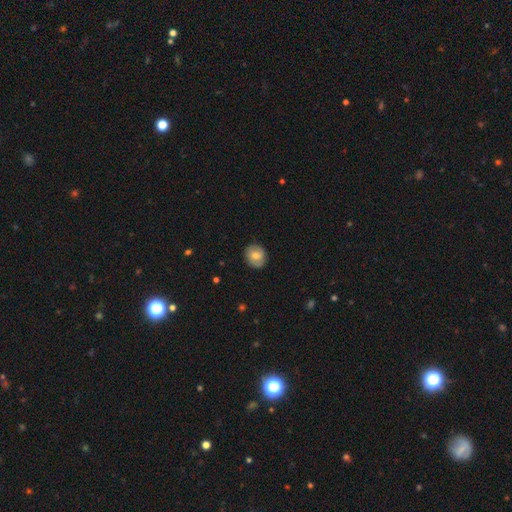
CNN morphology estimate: Smooth or featured: smooth — 71% (featured or disk — 21%)
How rounded: round — 74% (in between — 25%)
Merging: none — 85% (minor disturbance — 12%)